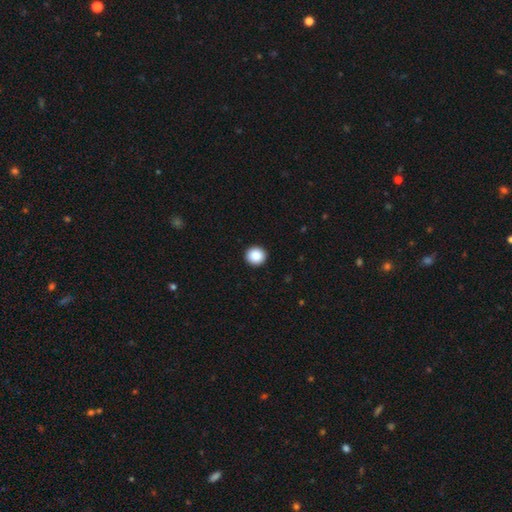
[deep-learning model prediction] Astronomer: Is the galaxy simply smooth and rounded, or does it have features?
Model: smooth — 87%.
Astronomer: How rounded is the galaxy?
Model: round — 94%.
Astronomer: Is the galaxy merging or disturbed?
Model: none — 94%.